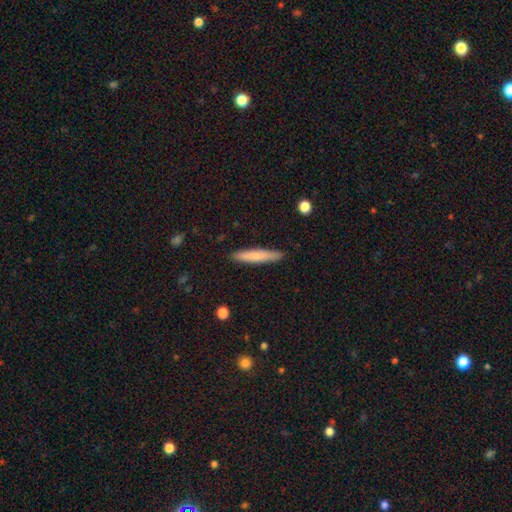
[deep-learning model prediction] smooth-or-featured: smooth: 68% | featured or disk: 26% | star or artifact: 5%
  how-rounded: cigar-shaped: 92% | in between: 6% | round: 1%
  merging: none: 90% | minor disturbance: 8% | major disturbance: 2% | merger: 1%